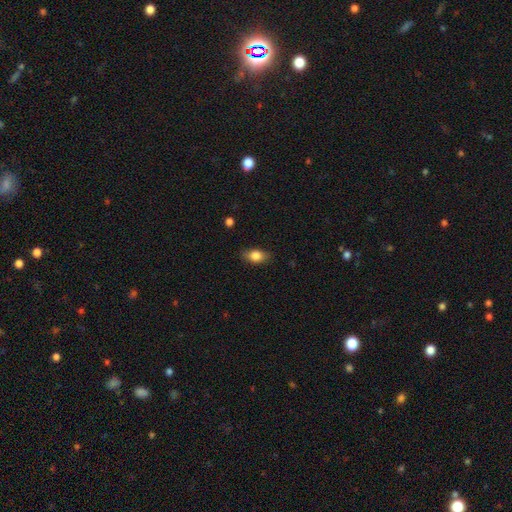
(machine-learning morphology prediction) smooth 82%, featured or disk 10%, star or artifact 8%. Down the decision tree: how rounded — in between (82%); merging — none (81%).